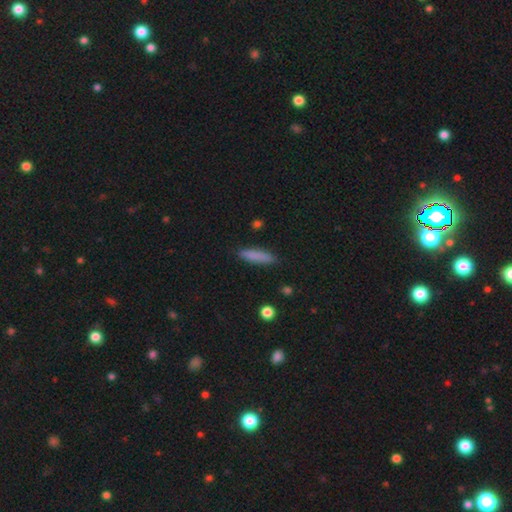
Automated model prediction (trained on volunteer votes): Smooth or featured: smooth — 83% (featured or disk — 10%)
How rounded: cigar-shaped — 78% (in between — 20%)
Merging: none — 87% (minor disturbance — 10%)